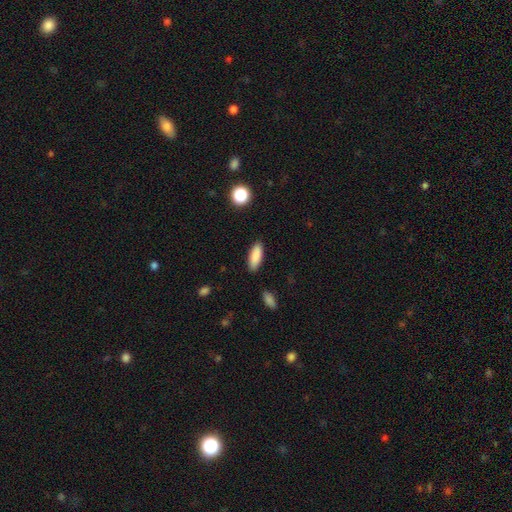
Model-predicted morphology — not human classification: A smooth galaxy with no disk features (88%) that is in between round and cigar-shaped (67%). Merging: none (88%).